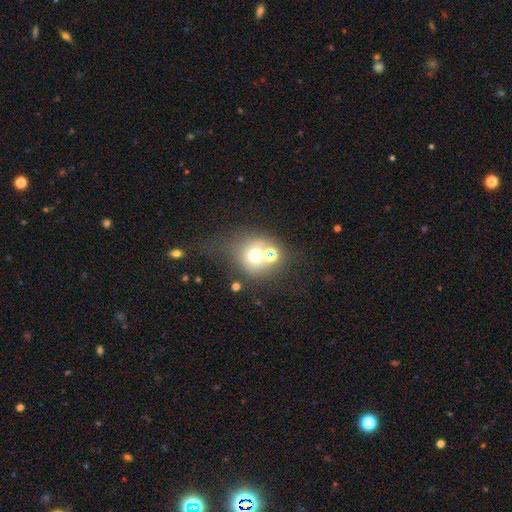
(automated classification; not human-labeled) Morphology: type=smooth (61%); roundness=round (79%); merging=none (46%).